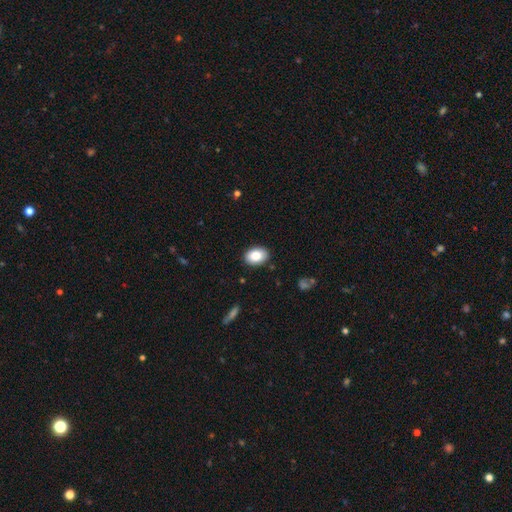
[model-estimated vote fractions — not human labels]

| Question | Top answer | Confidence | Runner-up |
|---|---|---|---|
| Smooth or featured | smooth | 85% | featured or disk (8%) |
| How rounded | in between | 79% | round (20%) |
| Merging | none | 88% | minor disturbance (8%) |